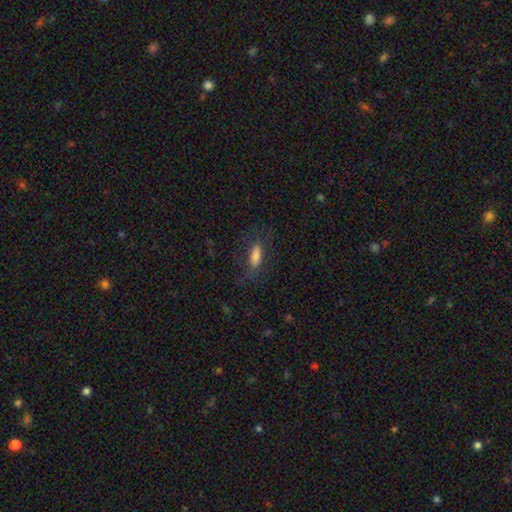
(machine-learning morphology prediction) Q: Smooth or featured?
A: smooth (73%); runner-up: featured or disk (16%)
Q: How rounded?
A: in between (60%); runner-up: cigar-shaped (37%)
Q: Merging?
A: none (69%); runner-up: minor disturbance (18%)